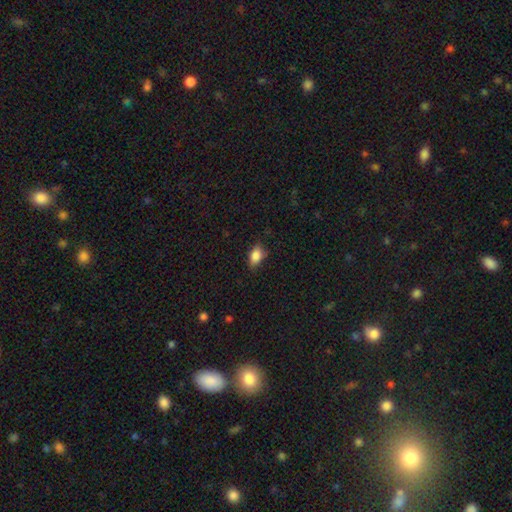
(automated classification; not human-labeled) A smooth galaxy with no disk features (86%) that is in between round and cigar-shaped (86%).

Vote fractions:
- Smooth or featured? smooth: 86% / star or artifact: 8% / featured or disk: 5%
- How rounded? in between: 86% / round: 12% / cigar-shaped: 3%
- Merging? none: 75% / minor disturbance: 20% / major disturbance: 4% / merger: 1%